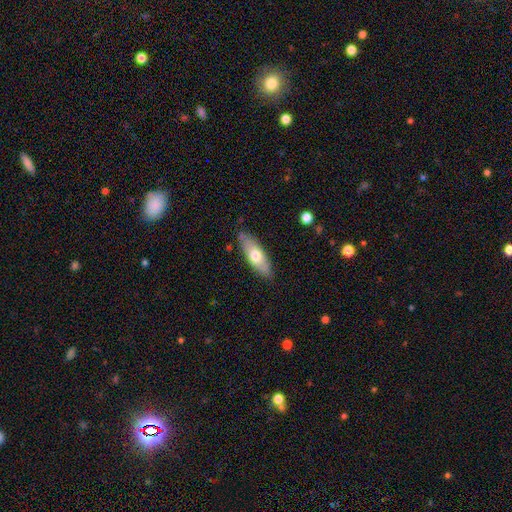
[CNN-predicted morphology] Smooth or featured? Predicted: smooth (p=0.63). How rounded? Predicted: in between (p=0.61). Merging? Predicted: none (p=0.82).